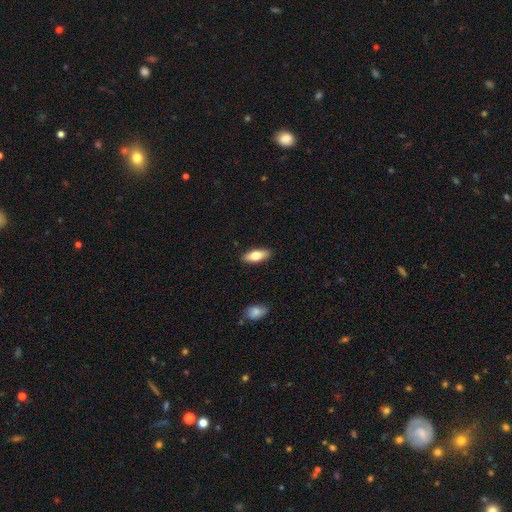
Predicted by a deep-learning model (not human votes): This is likely a smooth galaxy (71%). How rounded: likely in between (74%). Merging: clearly none (89%).